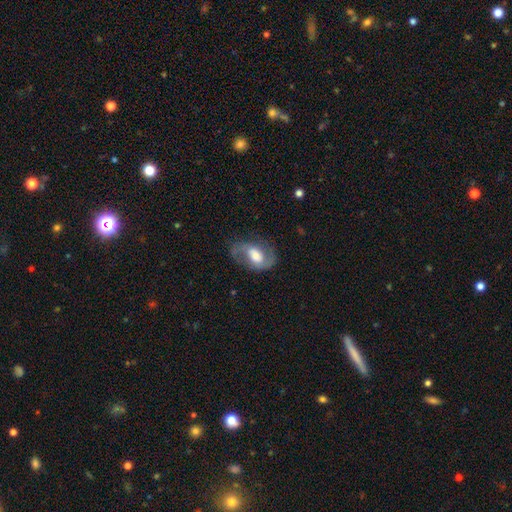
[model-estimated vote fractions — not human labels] This is likely a featured or disk galaxy (73%). It is clearly not viewed edge-on (96%). Bar: possibly weak (47%). Spiral arm pattern: clearly yes (89%). Spiral arm count: clearly 2 (87%). Spiral winding: possibly medium (50%). Central bulge: marginally moderate (45%). Merging: likely none (65%).